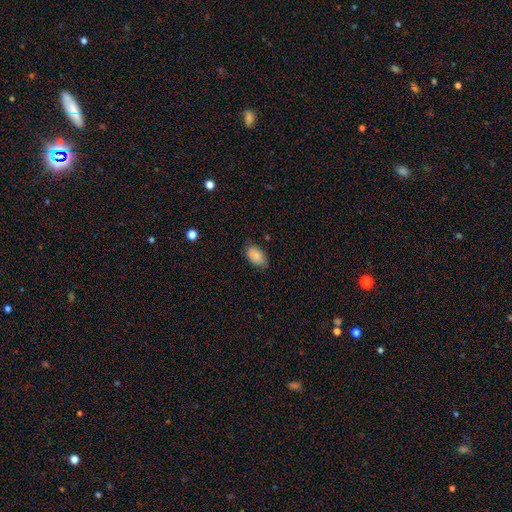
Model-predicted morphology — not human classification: Smooth or featured?
  - smooth: 85% *
  - featured or disk: 8%
  - star or artifact: 7%
How rounded?
  - in between: 93% *
  - round: 6%
  - cigar-shaped: 1%
Merging?
  - none: 79% *
  - minor disturbance: 17%
  - major disturbance: 3%
  - merger: 1%